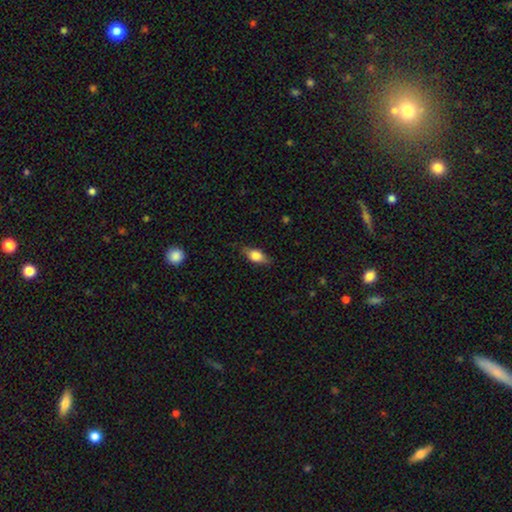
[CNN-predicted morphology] smooth 73%, featured or disk 19%, star or artifact 8%. Down the decision tree: how rounded — in between (79%); merging — none (78%).